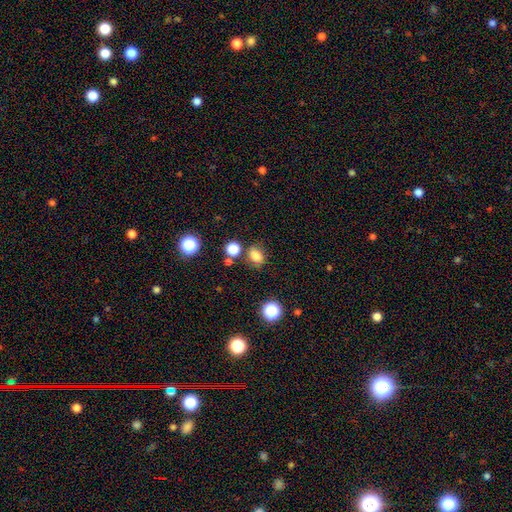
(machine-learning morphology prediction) smooth 78%, star or artifact 14%, featured or disk 8%. Down the decision tree: how rounded — in between (61%); merging — none (71%).